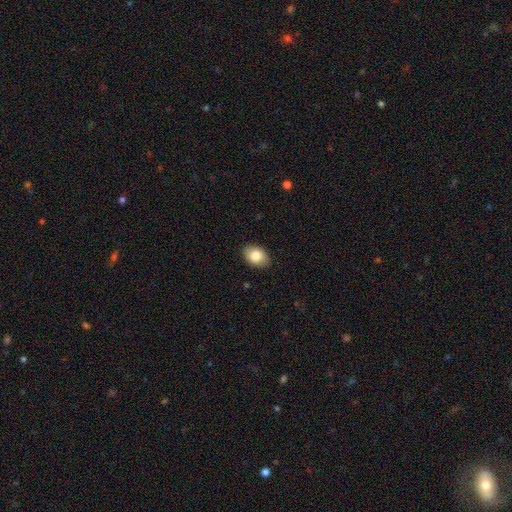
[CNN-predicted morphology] This is clearly a smooth galaxy (85%). How rounded: clearly in between (82%). Merging: clearly none (87%).